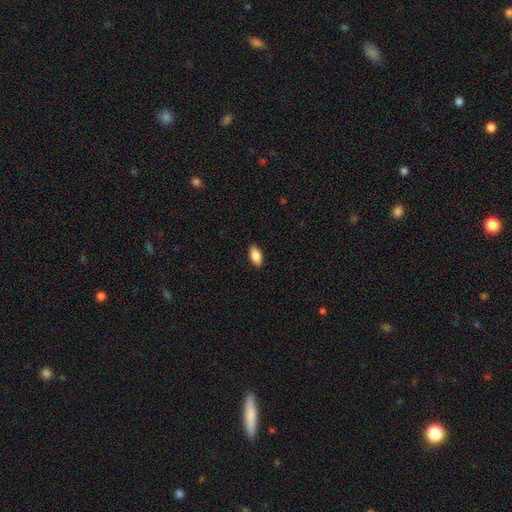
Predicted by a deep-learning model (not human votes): This appears to be a smooth galaxy with no disk features (89%) that is in between round and cigar-shaped (93%). Merging: none (89%).